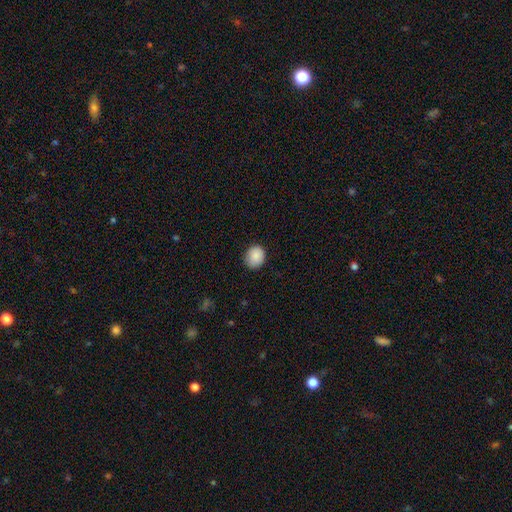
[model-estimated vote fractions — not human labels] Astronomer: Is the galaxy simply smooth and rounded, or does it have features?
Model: smooth — 88%.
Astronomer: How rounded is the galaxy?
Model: round — 68%.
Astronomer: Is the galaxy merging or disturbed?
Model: none — 82%.